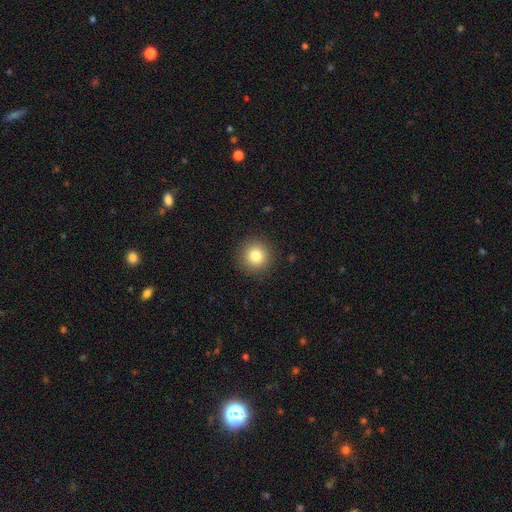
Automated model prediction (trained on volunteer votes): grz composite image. It shows a smooth galaxy with no disk features (82%) that is round (94%). Merging: none (91%).